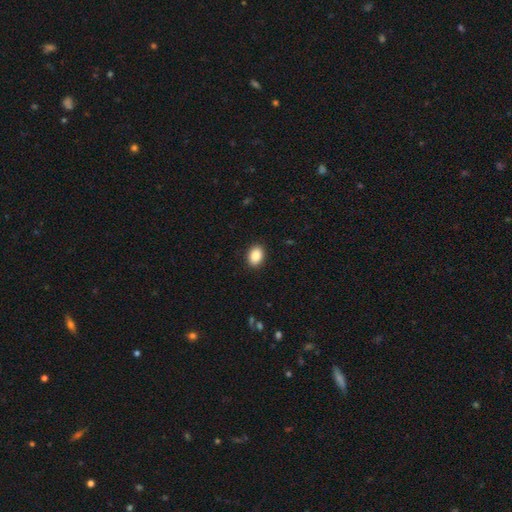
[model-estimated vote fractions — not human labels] smooth 89%, star or artifact 8%, featured or disk 4%. Down the decision tree: how rounded — in between (76%); merging — none (91%).